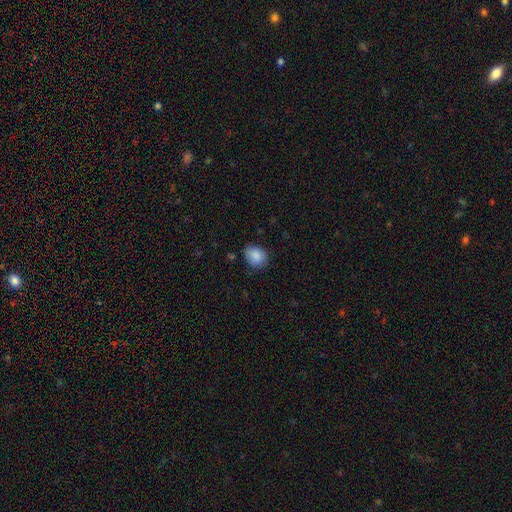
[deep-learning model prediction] Smooth or featured: smooth — 87% (star or artifact — 8%)
How rounded: round — 57% (in between — 42%)
Merging: none — 74% (minor disturbance — 21%)